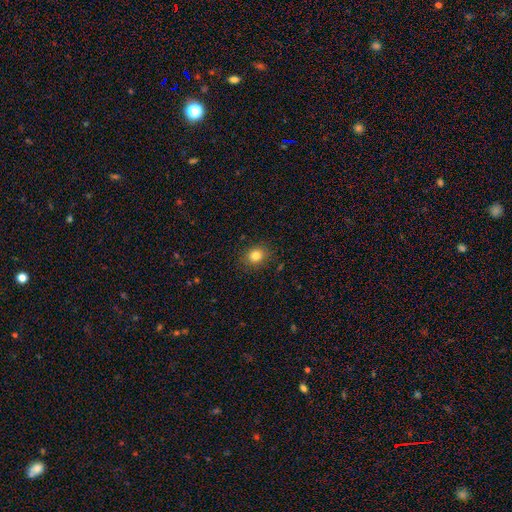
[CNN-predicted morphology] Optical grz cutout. It shows a smooth galaxy with no disk features (82%) that is round (68%). Merging: none (88%).